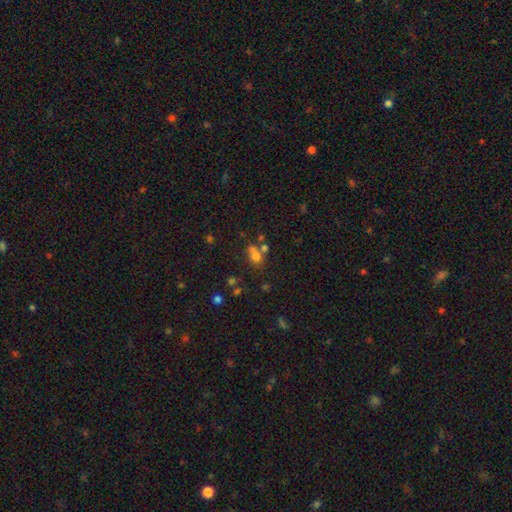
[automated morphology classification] The model was most divided on "merging": merger: 42%, none: 39%, minor disturbance: 11%, major disturbance: 7%. More confident: smooth or featured — smooth (66%); how rounded — round (58%).